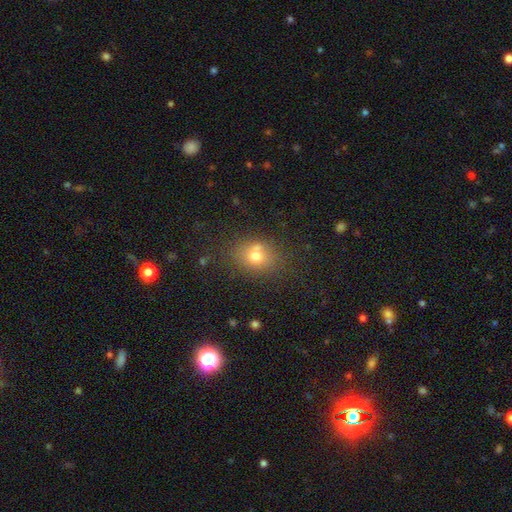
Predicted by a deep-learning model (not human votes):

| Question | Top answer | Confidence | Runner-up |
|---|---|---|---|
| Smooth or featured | smooth | 71% | featured or disk (15%) |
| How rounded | round | 50% | in between (49%) |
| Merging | none | 63% | merger (17%) |